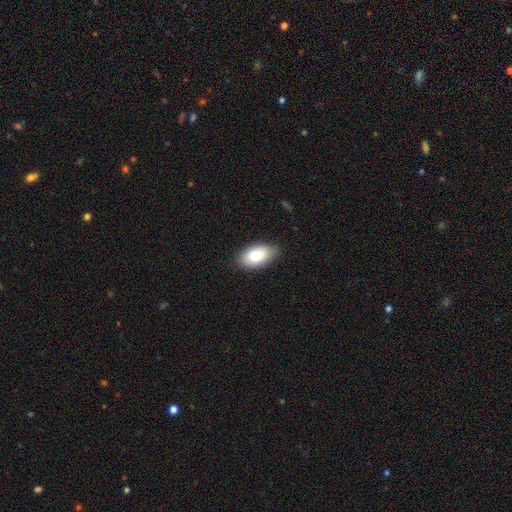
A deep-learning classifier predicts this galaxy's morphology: type=smooth (80%); roundness=in between (93%); merging=none (83%).